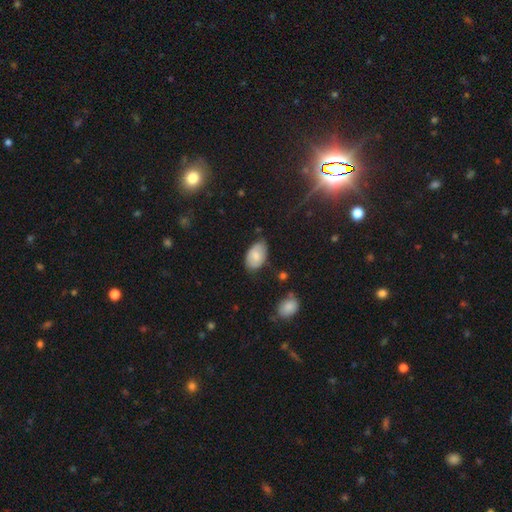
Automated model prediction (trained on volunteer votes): smooth 76%, featured or disk 17%, star or artifact 7%. Down the decision tree: how rounded — in between (92%); merging — none (66%).